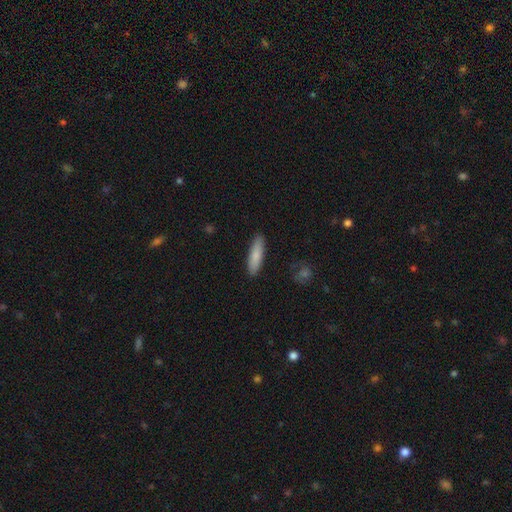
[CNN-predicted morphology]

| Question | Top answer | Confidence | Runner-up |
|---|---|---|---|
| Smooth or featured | smooth | 83% | featured or disk (12%) |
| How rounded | cigar-shaped | 73% | in between (26%) |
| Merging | none | 89% | minor disturbance (8%) |